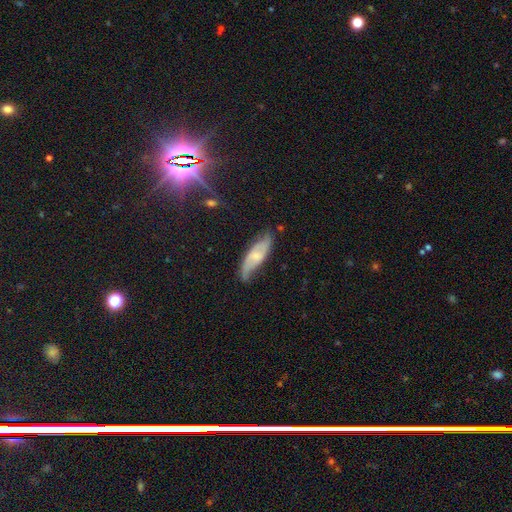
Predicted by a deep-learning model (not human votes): This is possibly a featured or disk galaxy (53%). It is likely not viewed edge-on (76%). Merging: likely none (63%).